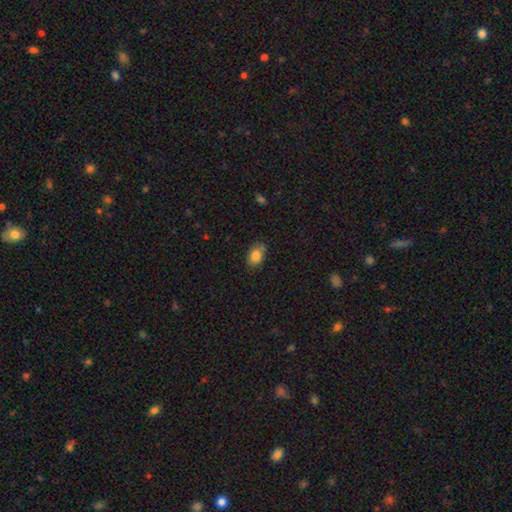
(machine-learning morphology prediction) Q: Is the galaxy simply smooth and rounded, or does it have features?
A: smooth — 84%.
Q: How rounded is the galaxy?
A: in between — 79%.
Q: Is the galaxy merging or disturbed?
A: none — 70%.